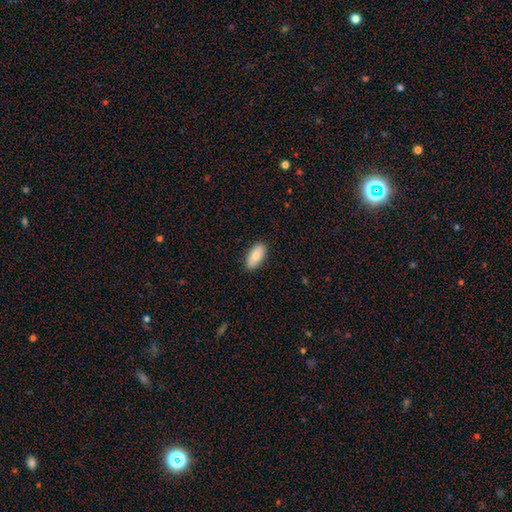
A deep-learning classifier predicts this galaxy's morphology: Smooth or featured: smooth — 83% (featured or disk — 11%)
How rounded: in between — 91% (cigar-shaped — 6%)
Merging: none — 88% (minor disturbance — 9%)